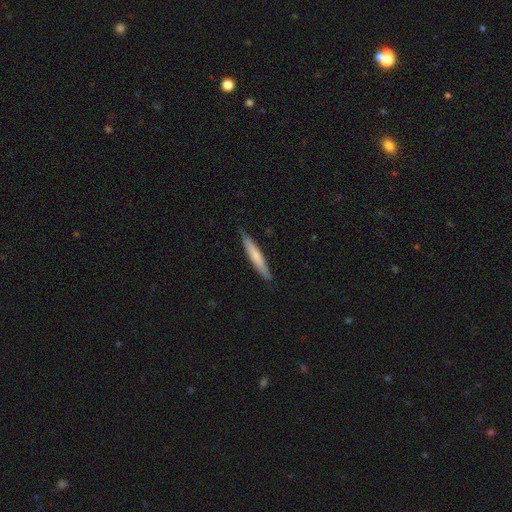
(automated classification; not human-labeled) This appears to be a smooth galaxy with no disk features (66%) that is cigar-shaped (93%). Merging: none (85%).